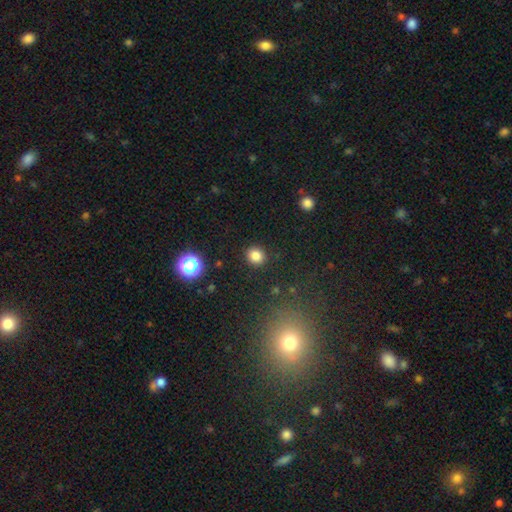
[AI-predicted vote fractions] Overall: smooth (83%). How rounded: round (83%). Merging: none (90%).